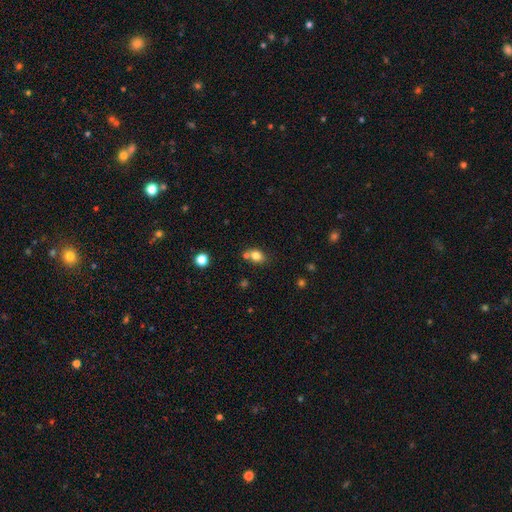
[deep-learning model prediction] smooth_or_featured: smooth (p=0.80) [alt: star or artifact p=0.12]
how_rounded: in between (p=0.51) [alt: round p=0.47]
merging: none (p=0.58) [alt: merger p=0.25]